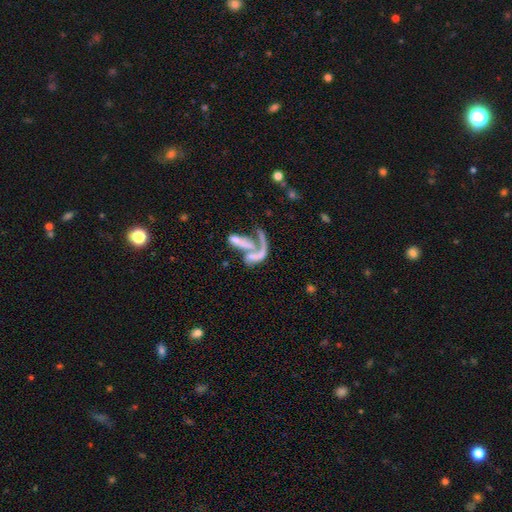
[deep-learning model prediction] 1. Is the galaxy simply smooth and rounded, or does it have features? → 61% featured or disk, 28% smooth, 11% star or artifact.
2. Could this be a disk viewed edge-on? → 91% no, 9% yes.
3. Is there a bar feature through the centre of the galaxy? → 69% no, 17% weak, 14% strong.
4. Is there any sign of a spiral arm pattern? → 54% no, 46% yes.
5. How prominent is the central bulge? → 63% none, 21% small, 10% moderate, 3% large, 2% dominant.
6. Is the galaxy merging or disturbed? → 52% merger, 27% major disturbance, 15% none, 7% minor disturbance.